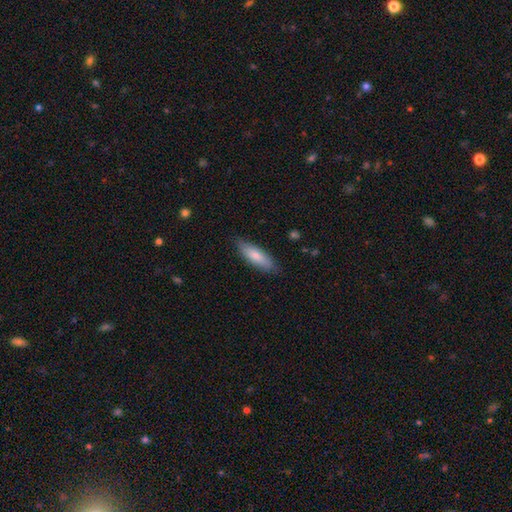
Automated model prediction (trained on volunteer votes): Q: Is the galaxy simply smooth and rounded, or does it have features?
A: smooth — 78%.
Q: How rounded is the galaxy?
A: in between — 53%.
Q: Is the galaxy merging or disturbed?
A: none — 82%.